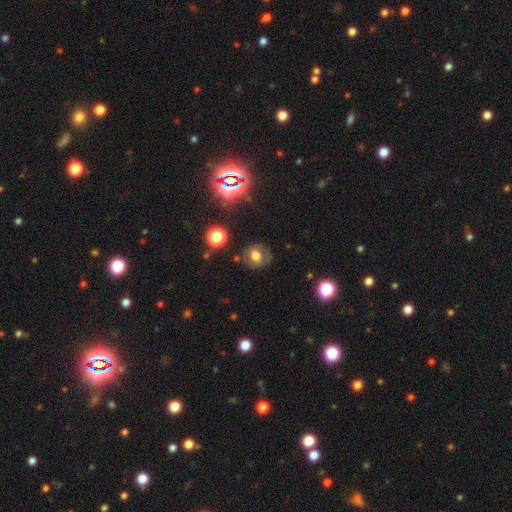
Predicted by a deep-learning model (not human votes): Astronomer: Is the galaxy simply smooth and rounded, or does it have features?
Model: smooth — 53% (runner-up: featured or disk, 33%).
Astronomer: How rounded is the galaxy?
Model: round — 72%.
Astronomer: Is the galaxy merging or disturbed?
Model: none — 72%.